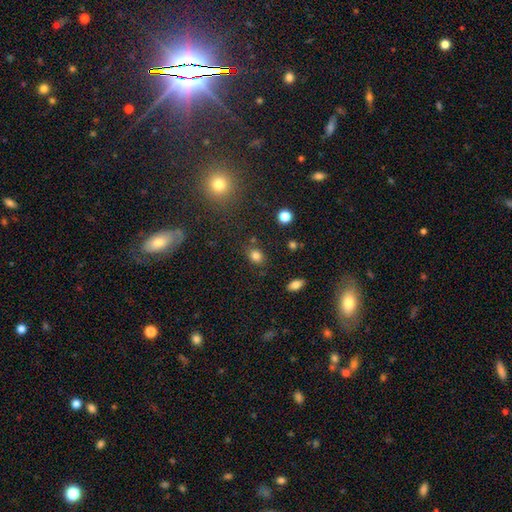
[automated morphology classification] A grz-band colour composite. It shows a smooth galaxy with no disk features (81%) that is in between round and cigar-shaped (59%). Merging: none (77%).